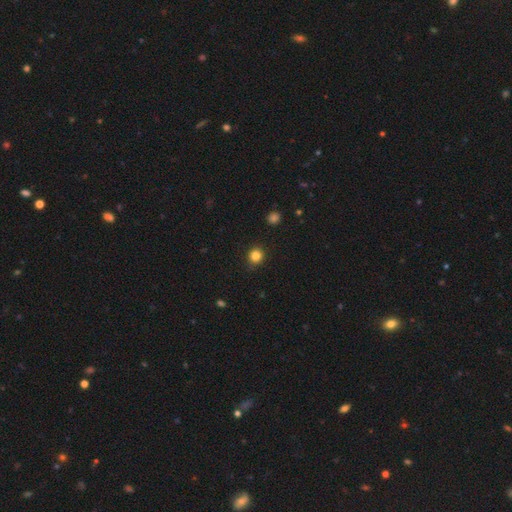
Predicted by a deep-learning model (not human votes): This is clearly a smooth galaxy (83%). How rounded: clearly round (88%). Merging: clearly none (89%).